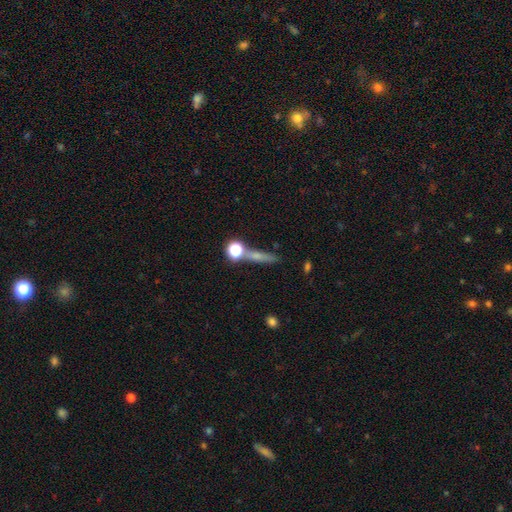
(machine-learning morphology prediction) Smooth or featured? Predicted: smooth (p=0.57). How rounded? Predicted: cigar-shaped (p=0.65). Merging? Predicted: none (p=0.67).